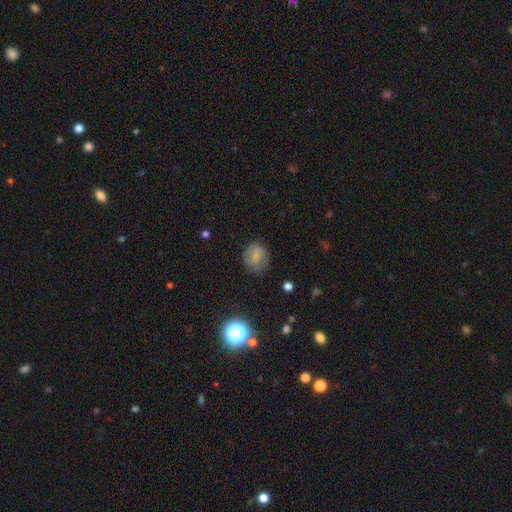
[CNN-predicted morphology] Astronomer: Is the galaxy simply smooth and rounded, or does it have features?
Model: smooth — 70%.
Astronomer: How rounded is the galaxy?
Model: round — 64%.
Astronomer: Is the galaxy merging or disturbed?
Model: none — 73%.